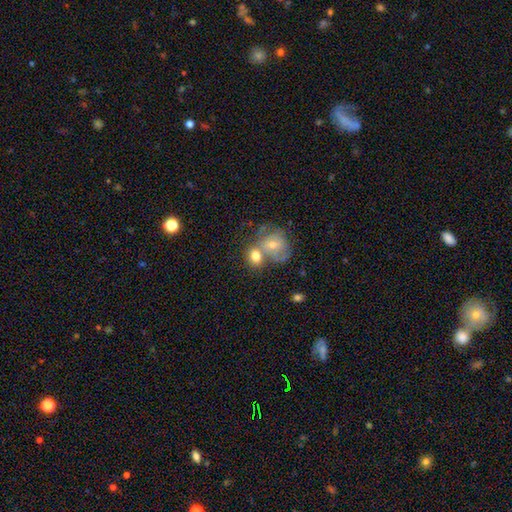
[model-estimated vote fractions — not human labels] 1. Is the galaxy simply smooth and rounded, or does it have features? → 73% smooth, 20% featured or disk, 8% star or artifact.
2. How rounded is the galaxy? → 56% round, 43% in between, 1% cigar-shaped.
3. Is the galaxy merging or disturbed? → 53% merger, 31% none, 10% minor disturbance, 6% major disturbance.